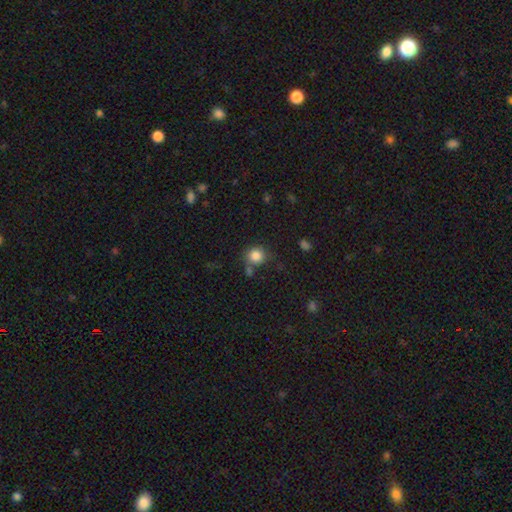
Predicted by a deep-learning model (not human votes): The model was most divided on "merging": none: 71%, minor disturbance: 13%, merger: 11%, major disturbance: 5%. More confident: how rounded — round (88%); smooth or featured — smooth (84%).